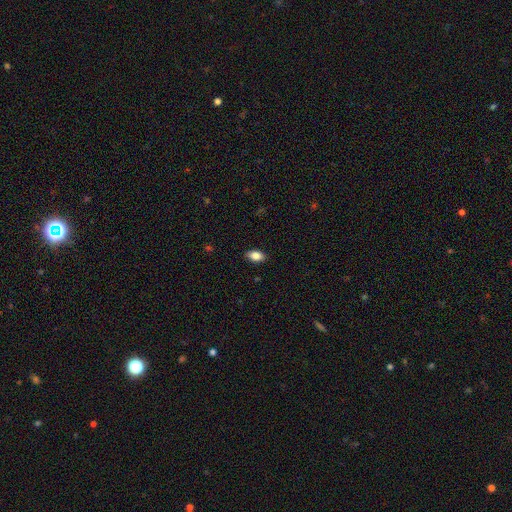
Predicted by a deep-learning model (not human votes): A smooth galaxy with no disk features (84%) that is in between round and cigar-shaped (90%).

Vote fractions:
- Smooth or featured? smooth: 84% / featured or disk: 9% / star or artifact: 8%
- How rounded? in between: 90% / round: 6% / cigar-shaped: 3%
- Merging? none: 87% / minor disturbance: 10% / major disturbance: 2% / merger: 1%